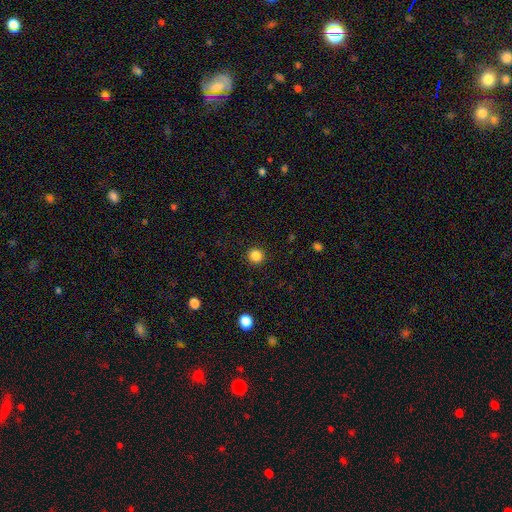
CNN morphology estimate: This is clearly a smooth galaxy (86%). How rounded: clearly round (92%). Merging: clearly none (92%).